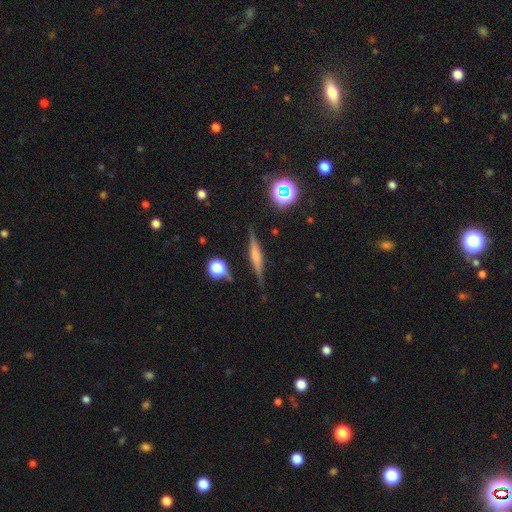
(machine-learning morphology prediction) Smooth or featured?
  - featured or disk: 62% *
  - smooth: 28%
  - star or artifact: 10%
Edge-on disk?
  - yes: 96% *
  - no: 4%
Edge-on bulge?
  - rounded: 48% *
  - boxy: 34%
  - none: 18%
Merging?
  - none: 85% *
  - minor disturbance: 11%
  - major disturbance: 3%
  - merger: 2%